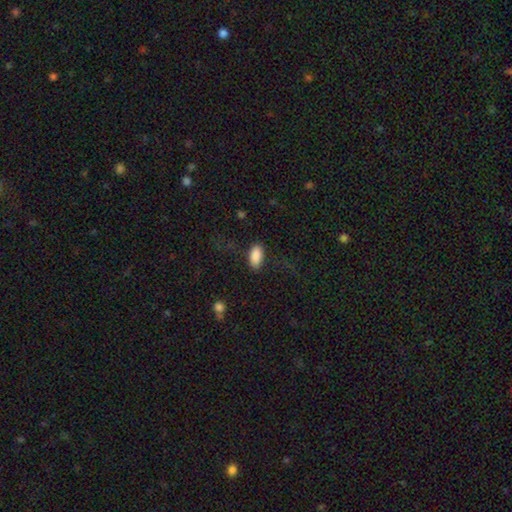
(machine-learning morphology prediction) A smooth galaxy with no disk features (89%) that is in between round and cigar-shaped (92%). Merging: none (83%).